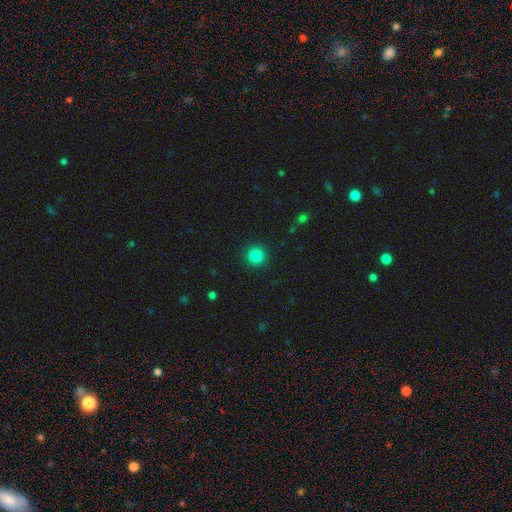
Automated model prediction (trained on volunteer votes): The model was most divided on "smooth or featured": smooth: 85%, star or artifact: 11%, featured or disk: 4%. More confident: how rounded — round (95%); merging — none (92%).